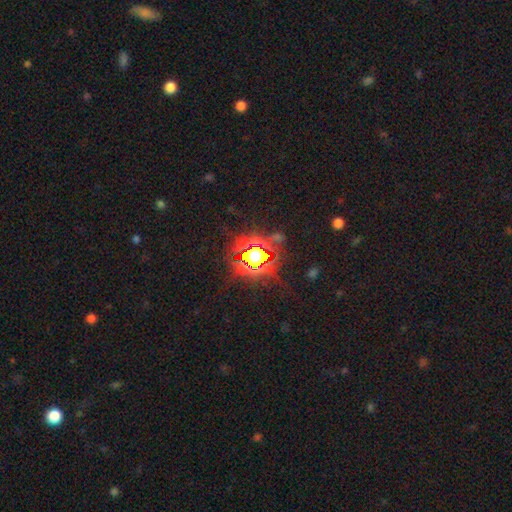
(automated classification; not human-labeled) star or artifact 73%, smooth 17%, featured or disk 10%.